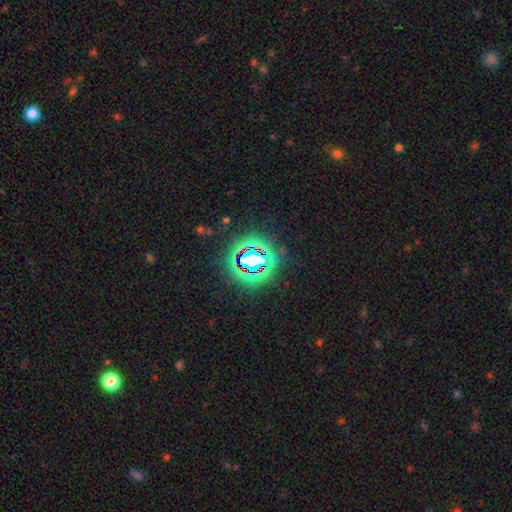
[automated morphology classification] smooth-or-featured: star or artifact: 77% | smooth: 13% | featured or disk: 10%